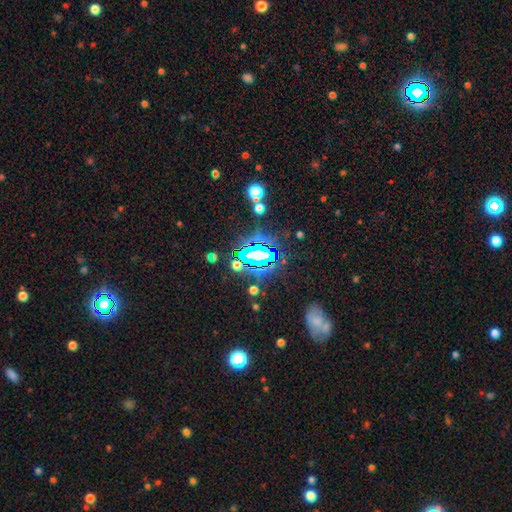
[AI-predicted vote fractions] A star or artifact, not a galaxy (71%).